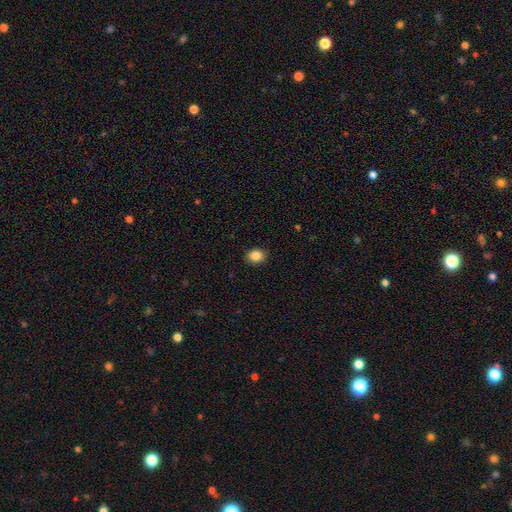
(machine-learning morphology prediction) Smooth or featured?
  - smooth: 86% *
  - star or artifact: 10%
  - featured or disk: 4%
How rounded?
  - round: 57% *
  - in between: 42%
  - cigar-shaped: 1%
Merging?
  - none: 90% *
  - minor disturbance: 7%
  - major disturbance: 2%
  - merger: 1%